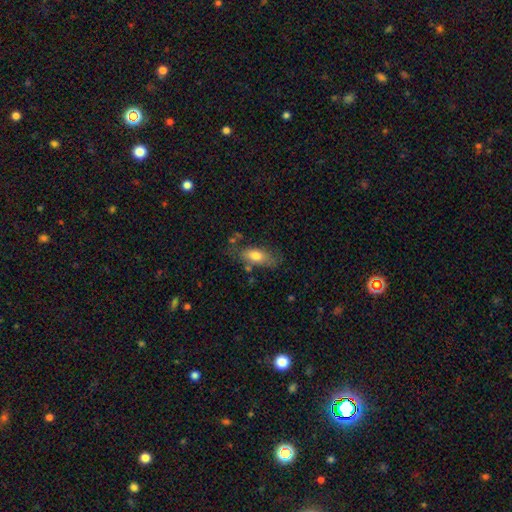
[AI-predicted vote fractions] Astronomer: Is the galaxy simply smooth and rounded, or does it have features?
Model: smooth — 73%.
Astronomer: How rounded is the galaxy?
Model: in between — 79%.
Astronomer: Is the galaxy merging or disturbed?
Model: none — 63%.